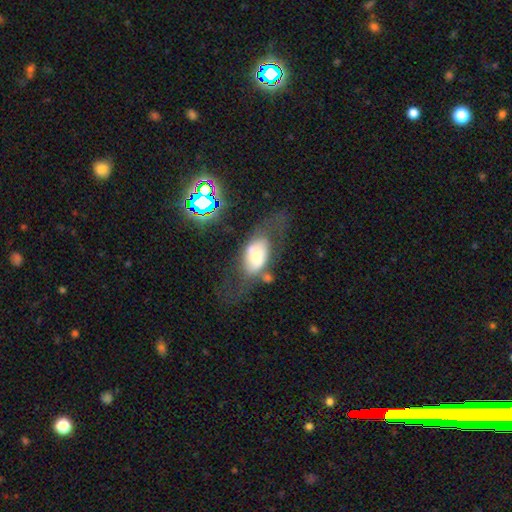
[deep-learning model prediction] Overall: smooth (48%; featured or disk 42%). Merging: none (42%; major disturbance 27%).